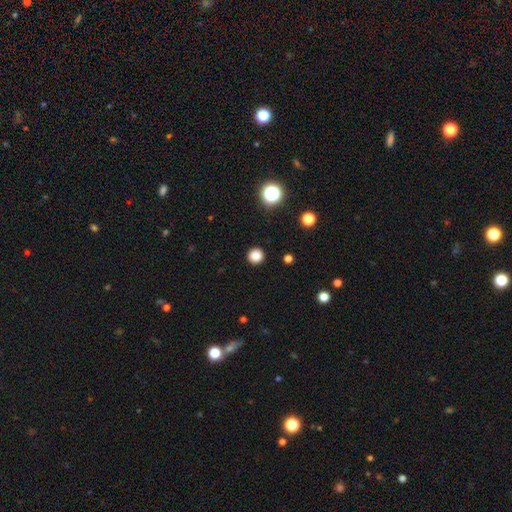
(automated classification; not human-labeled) Smooth or featured? Predicted: smooth (p=0.84). How rounded? Predicted: round (p=0.95). Merging? Predicted: none (p=0.92).